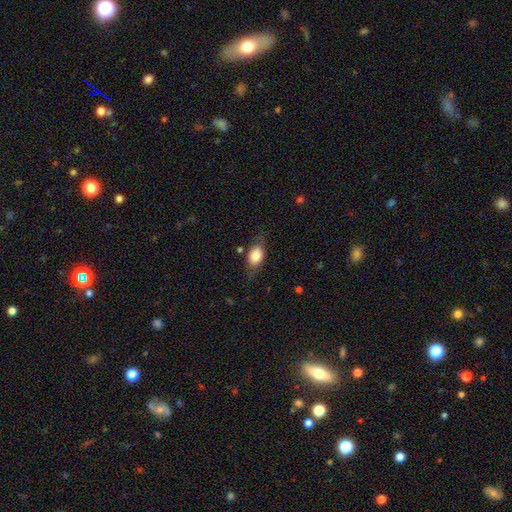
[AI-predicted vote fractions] This appears to be a smooth galaxy with no disk features (73%) that is in between round and cigar-shaped (79%). Merging: none (70%).